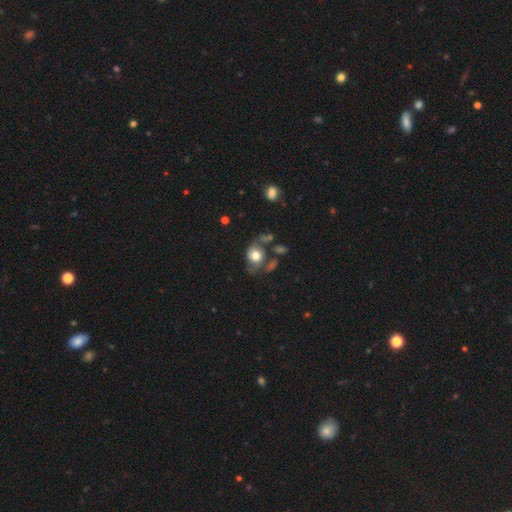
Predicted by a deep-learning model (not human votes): Smooth or featured: smooth — 67% (featured or disk — 24%)
How rounded: round — 57% (in between — 42%)
Merging: none — 47% (minor disturbance — 24%)